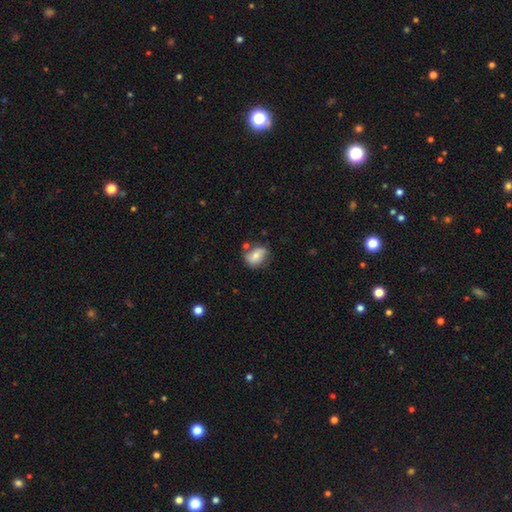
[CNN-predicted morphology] This is likely a smooth galaxy (66%). How rounded: likely in between (66%). Merging: possibly none (59%).